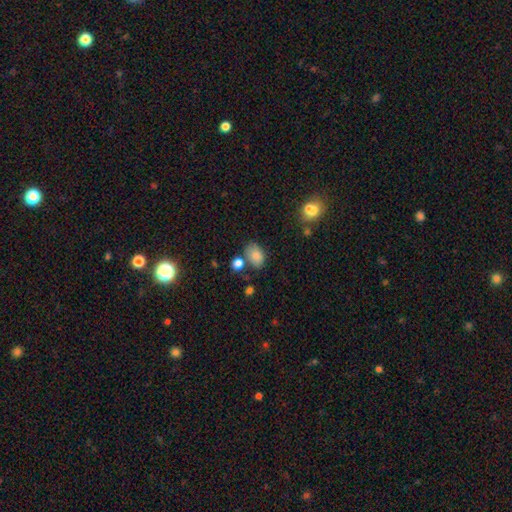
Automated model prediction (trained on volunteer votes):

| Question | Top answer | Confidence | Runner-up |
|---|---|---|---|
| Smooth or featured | smooth | 82% | star or artifact (10%) |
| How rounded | in between | 79% | round (20%) |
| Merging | none | 63% | minor disturbance (20%) |